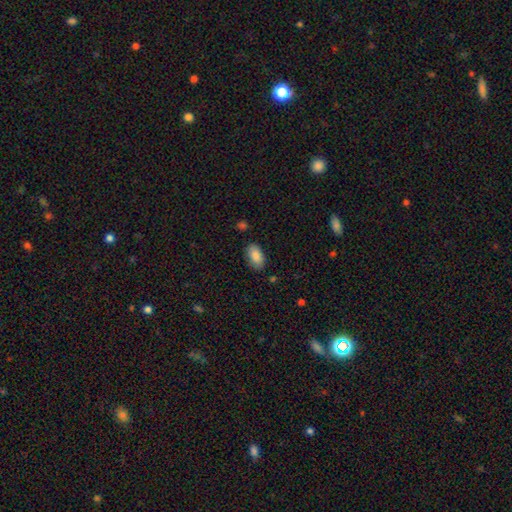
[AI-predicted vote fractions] A smooth galaxy with no disk features (88%) that is in between round and cigar-shaped (94%). Merging: none (84%).